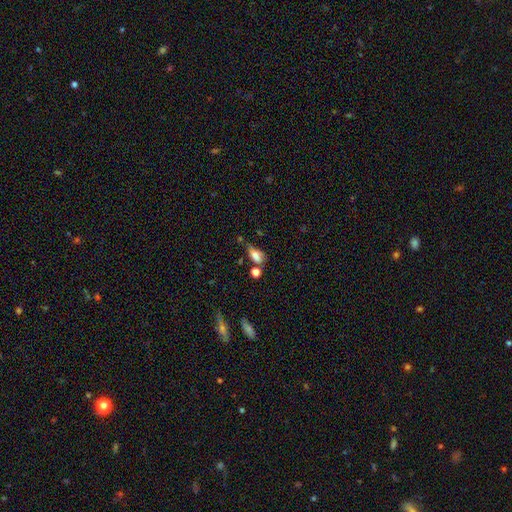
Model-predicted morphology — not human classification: The model was most divided on "merging": none: 40%, minor disturbance: 28%, merger: 18%, major disturbance: 13%. More confident: how rounded — in between (81%); smooth or featured — smooth (75%).